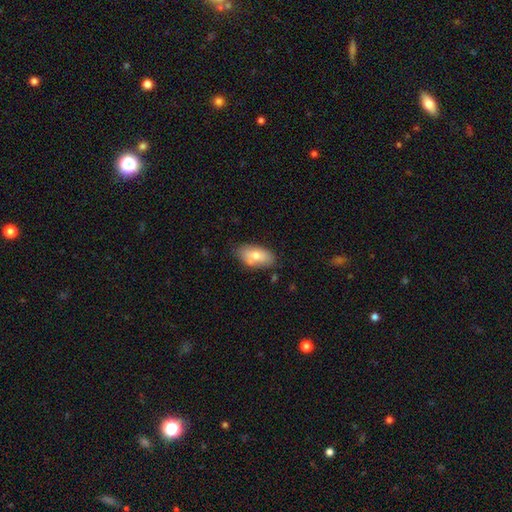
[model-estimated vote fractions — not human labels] This appears to be a smooth galaxy with no disk features (71%) that is in between round and cigar-shaped (93%). Merging: none (68%).